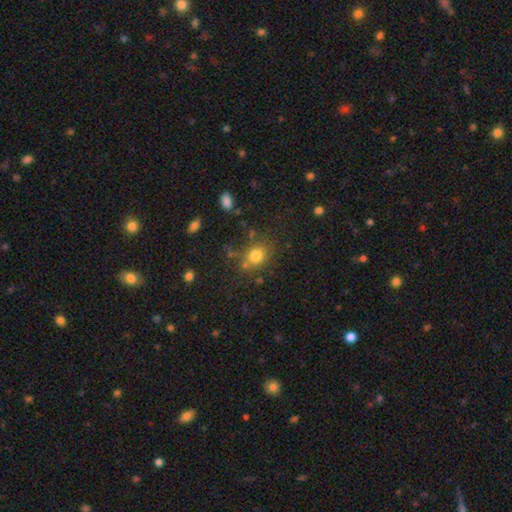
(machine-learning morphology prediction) Smooth or featured?
  - smooth: 78% *
  - star or artifact: 14%
  - featured or disk: 8%
How rounded?
  - round: 67% *
  - in between: 32%
  - cigar-shaped: 1%
Merging?
  - none: 71% *
  - minor disturbance: 14%
  - merger: 9%
  - major disturbance: 6%